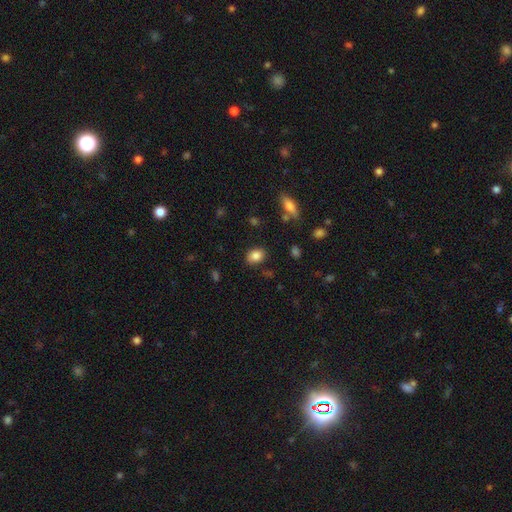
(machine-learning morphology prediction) smooth-or-featured: smooth: 85% | star or artifact: 9% | featured or disk: 6%
  how-rounded: in between: 73% | round: 26% | cigar-shaped: 1%
  merging: none: 83% | minor disturbance: 11% | major disturbance: 3% | merger: 2%